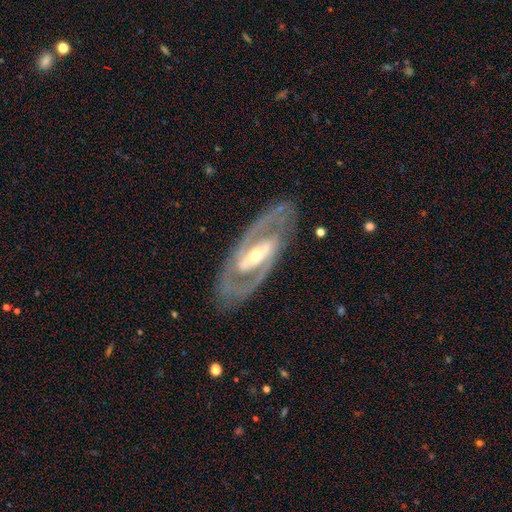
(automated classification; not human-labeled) Morphology: type=featured or disk (88%); edge-on=no (91%); bar=strong (58%); spiral arms=yes (85%); winding=medium (48%); arm count=2 (88%); bulge=moderate (52%); merging=none (82%).